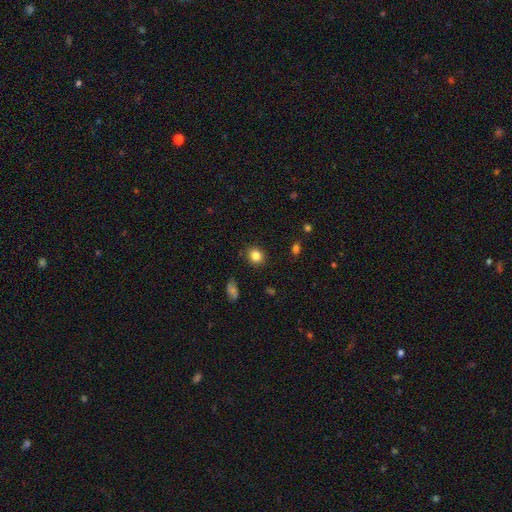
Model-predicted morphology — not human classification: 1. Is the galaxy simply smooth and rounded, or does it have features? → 84% smooth, 11% star or artifact, 6% featured or disk.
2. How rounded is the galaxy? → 75% round, 24% in between, 1% cigar-shaped.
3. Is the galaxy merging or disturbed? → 88% none, 8% minor disturbance, 2% major disturbance, 1% merger.